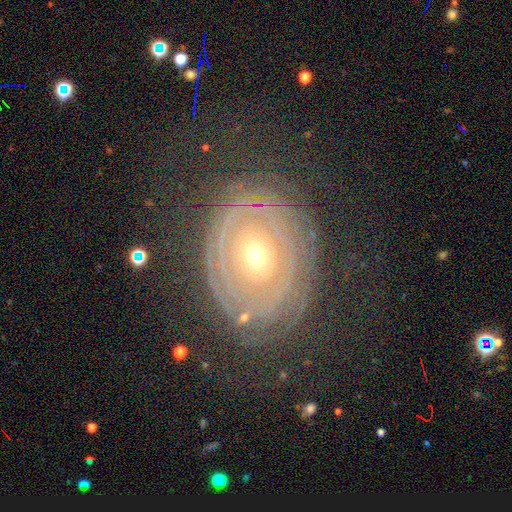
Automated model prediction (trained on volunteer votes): This appears to be a featured or disk galaxy (76%) with no bar (83%), spiral arms (68%) and a moderate central bulge (49%). Merging: none (74%).